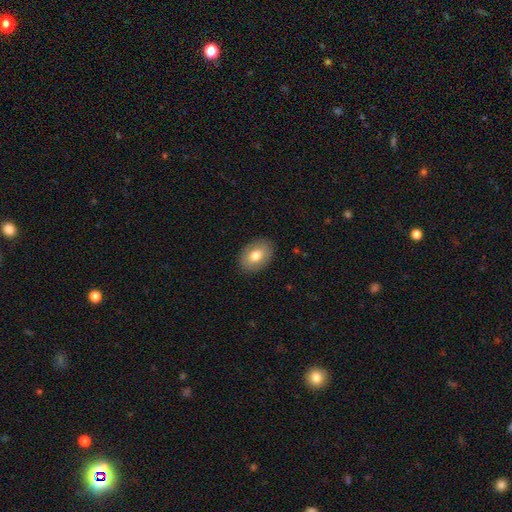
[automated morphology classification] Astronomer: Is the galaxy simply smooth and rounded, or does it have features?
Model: smooth — 74%.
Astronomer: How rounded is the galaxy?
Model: in between — 79%.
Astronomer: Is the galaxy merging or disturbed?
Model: none — 88%.